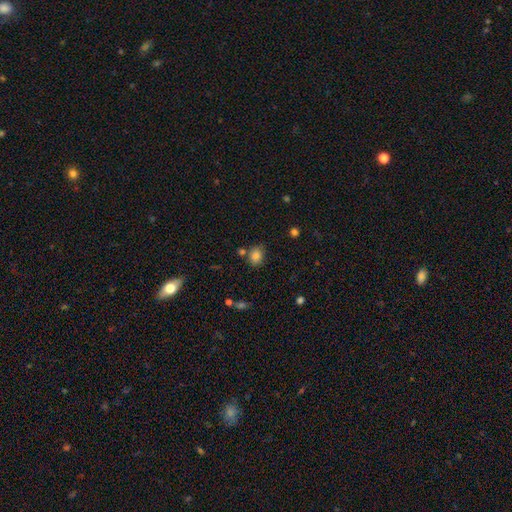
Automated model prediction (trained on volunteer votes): Overall: smooth (81%). How rounded: in between (53%; round 46%). Merging: none (70%).